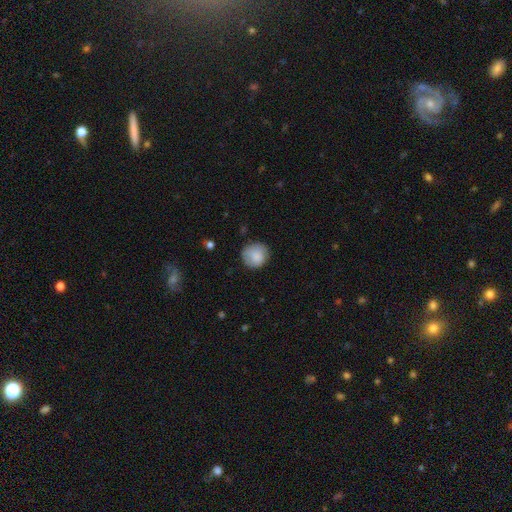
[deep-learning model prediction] Smooth or featured: smooth — 84% (featured or disk — 9%)
How rounded: round — 89% (in between — 10%)
Merging: none — 79% (minor disturbance — 16%)